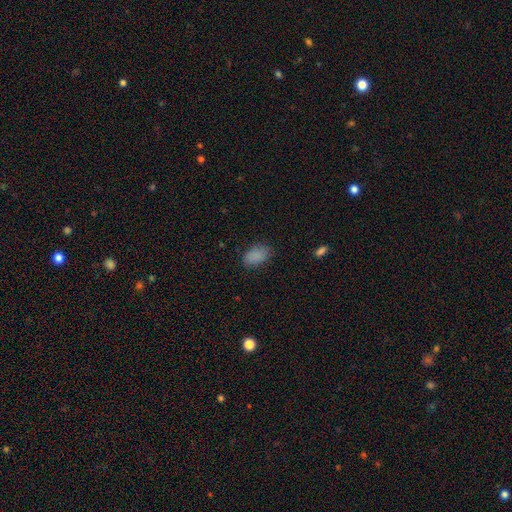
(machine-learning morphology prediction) smooth_or_featured: smooth (p=0.86) [alt: star or artifact p=0.09]
how_rounded: in between (p=0.89) [alt: round p=0.09]
merging: none (p=0.77) [alt: minor disturbance p=0.17]